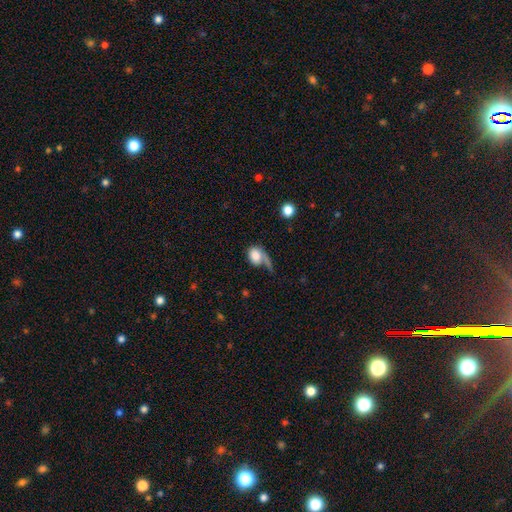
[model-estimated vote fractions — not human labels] smooth-or-featured: smooth: 71% | featured or disk: 20% | star or artifact: 8%
  how-rounded: in between: 64% | round: 34% | cigar-shaped: 2%
  merging: major disturbance: 35% | none: 31% | minor disturbance: 19% | merger: 14%